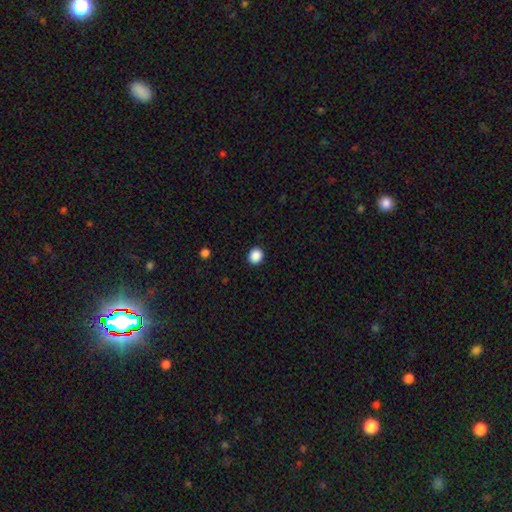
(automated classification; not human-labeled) Smooth or featured: smooth — 89% (star or artifact — 9%)
How rounded: round — 83% (in between — 17%)
Merging: none — 92% (minor disturbance — 5%)